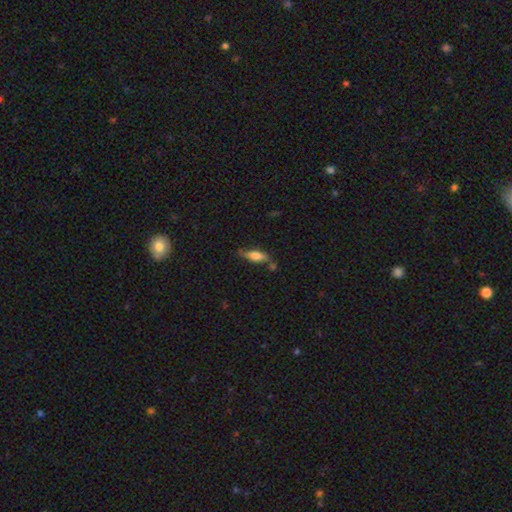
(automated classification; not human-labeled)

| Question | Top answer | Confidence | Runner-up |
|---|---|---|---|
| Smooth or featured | smooth | 68% | featured or disk (25%) |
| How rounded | in between | 51% | cigar-shaped (47%) |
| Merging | none | 62% | minor disturbance (23%) |